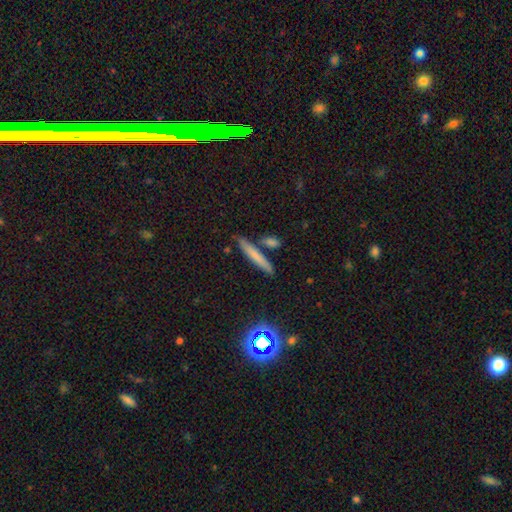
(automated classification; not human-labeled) smooth_or_featured: smooth (p=0.70) [alt: featured or disk p=0.19]
how_rounded: cigar-shaped (p=0.91) [alt: in between p=0.06]
merging: none (p=0.79) [alt: minor disturbance p=0.09]